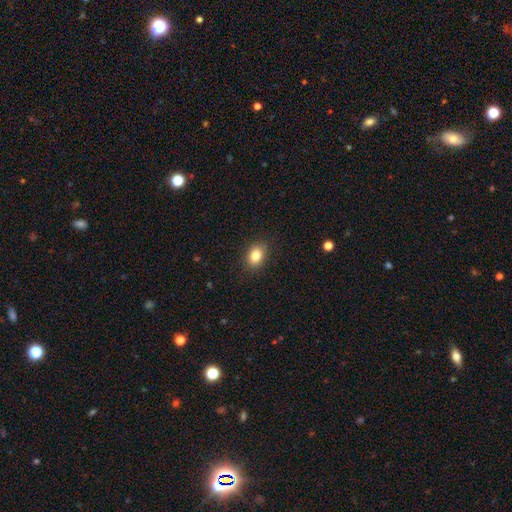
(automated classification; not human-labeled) A smooth galaxy with no disk features (83%) that is in between round and cigar-shaped (65%).

Vote fractions:
- Smooth or featured? smooth: 83% / star or artifact: 10% / featured or disk: 7%
- How rounded? in between: 65% / round: 34% / cigar-shaped: 1%
- Merging? none: 88% / minor disturbance: 9% / major disturbance: 2% / merger: 1%